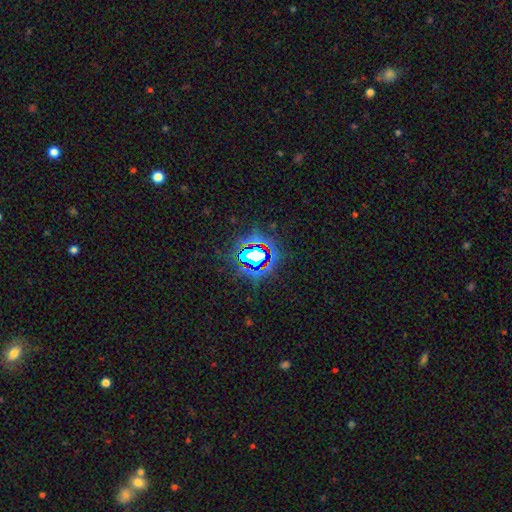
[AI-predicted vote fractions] Q: Smooth or featured?
A: star or artifact (76%); runner-up: smooth (12%)